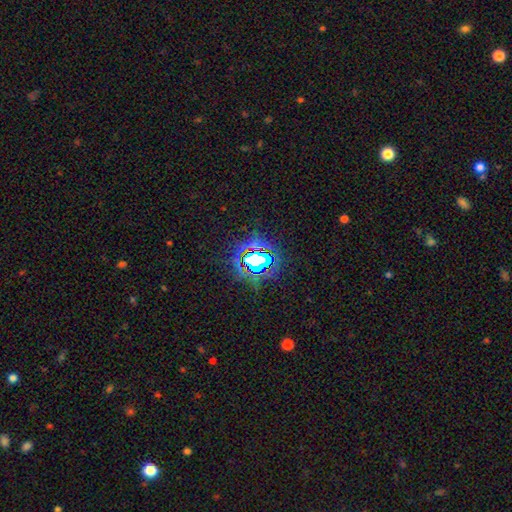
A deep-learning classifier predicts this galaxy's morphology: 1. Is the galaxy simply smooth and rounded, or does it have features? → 80% star or artifact, 12% smooth, 8% featured or disk.